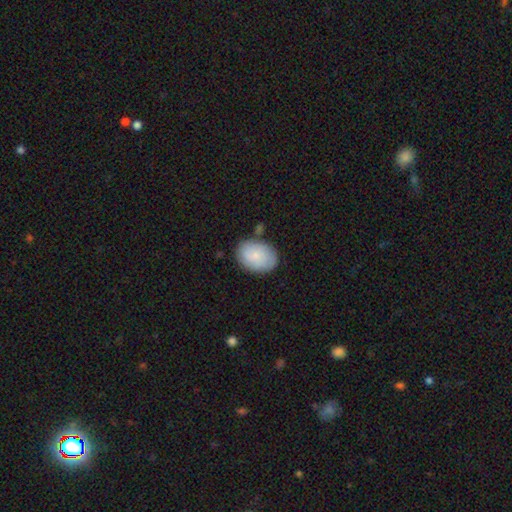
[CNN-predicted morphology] A smooth galaxy with no disk features (77%) that is in between round and cigar-shaped (78%).

Vote fractions:
- Smooth or featured? smooth: 77% / featured or disk: 17% / star or artifact: 6%
- How rounded? in between: 78% / round: 21% / cigar-shaped: 1%
- Merging? none: 74% / minor disturbance: 17% / merger: 5% / major disturbance: 4%